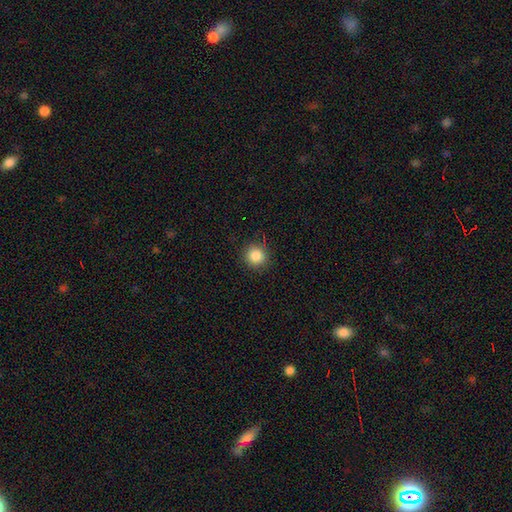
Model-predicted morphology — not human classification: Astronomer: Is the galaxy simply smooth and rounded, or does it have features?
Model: smooth — 86%.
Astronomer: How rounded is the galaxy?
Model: round — 93%.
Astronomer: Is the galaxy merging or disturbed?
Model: none — 90%.